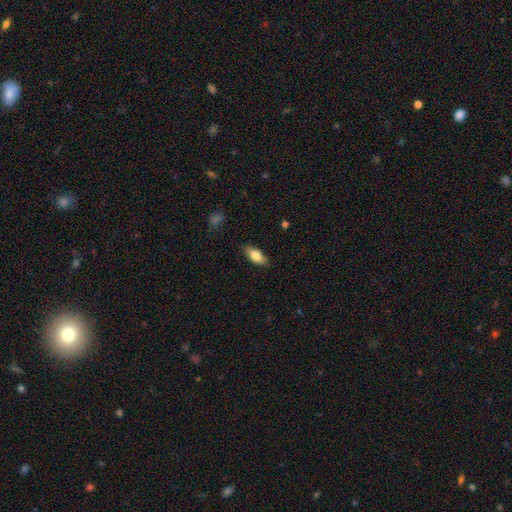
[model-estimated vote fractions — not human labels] Overall: smooth (75%). How rounded: in between (81%). Merging: none (85%).